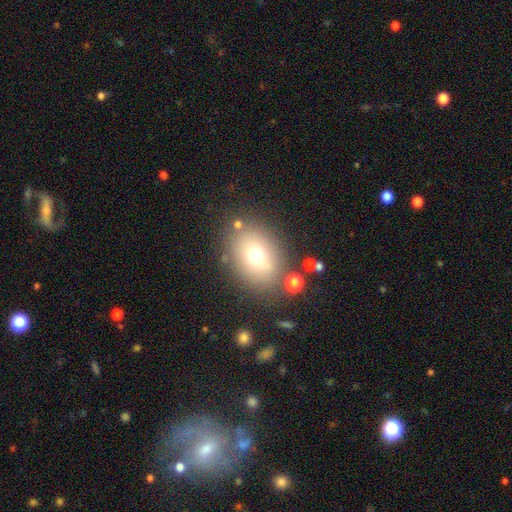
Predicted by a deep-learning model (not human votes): A smooth galaxy with no disk features (67%) that is in between round and cigar-shaped (59%).

Vote fractions:
- Smooth or featured? smooth: 67% / featured or disk: 18% / star or artifact: 15%
- How rounded? in between: 59% / round: 40% / cigar-shaped: 1%
- Merging? none: 77% / minor disturbance: 12% / major disturbance: 6% / merger: 6%